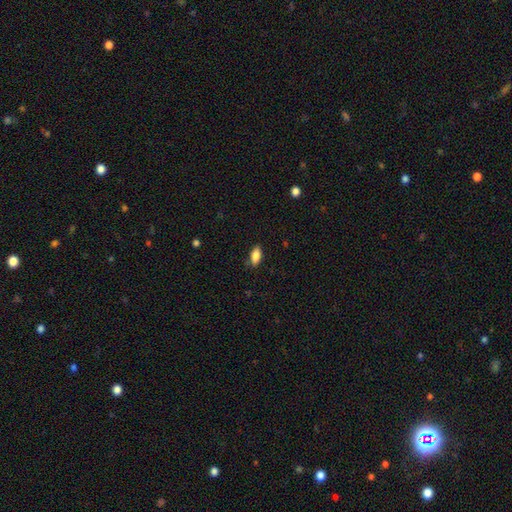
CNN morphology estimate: A smooth galaxy with no disk features (82%) that is in between round and cigar-shaped (85%).

Vote fractions:
- Smooth or featured? smooth: 82% / featured or disk: 10% / star or artifact: 8%
- How rounded? in between: 85% / cigar-shaped: 11% / round: 3%
- Merging? none: 83% / minor disturbance: 14% / major disturbance: 3% / merger: 1%